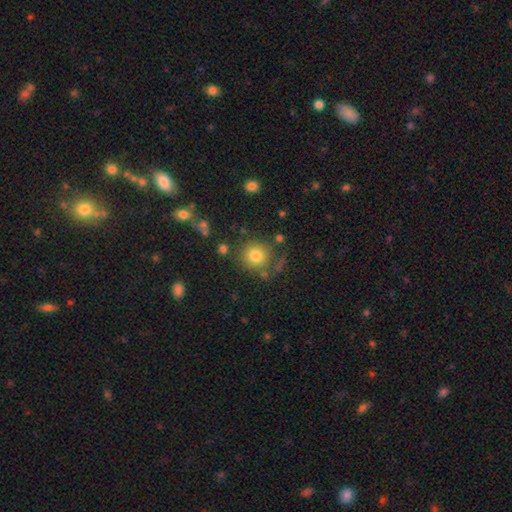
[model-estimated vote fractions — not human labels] smooth 80%, star or artifact 12%, featured or disk 9%. Down the decision tree: how rounded — round (91%); merging — none (77%).